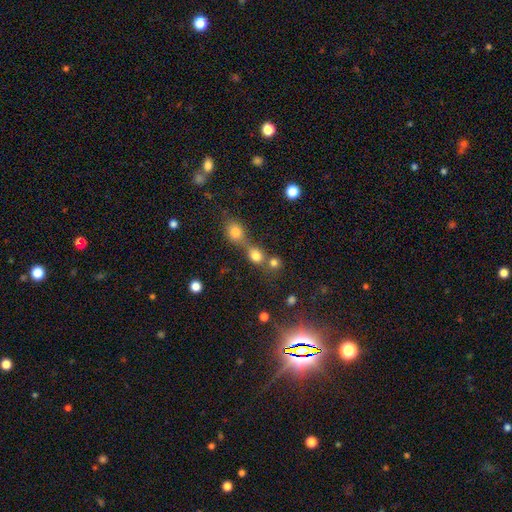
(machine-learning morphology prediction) Smooth or featured: smooth — 77% (star or artifact — 15%)
How rounded: round — 78% (in between — 20%)
Merging: merger — 49% (none — 39%)